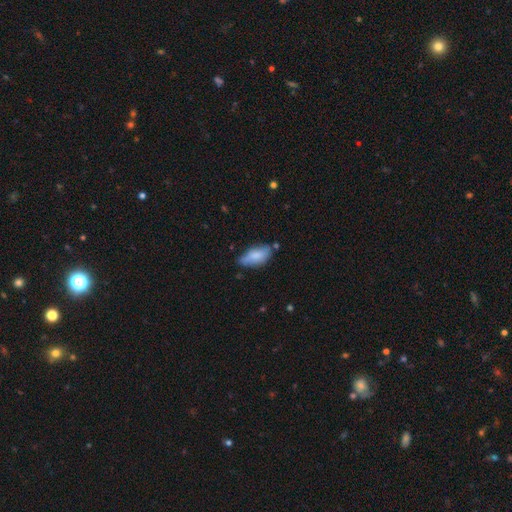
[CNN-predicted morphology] Smooth or featured? Predicted: smooth (p=0.78). How rounded? Predicted: in between (p=0.86). Merging? Predicted: none (p=0.60).